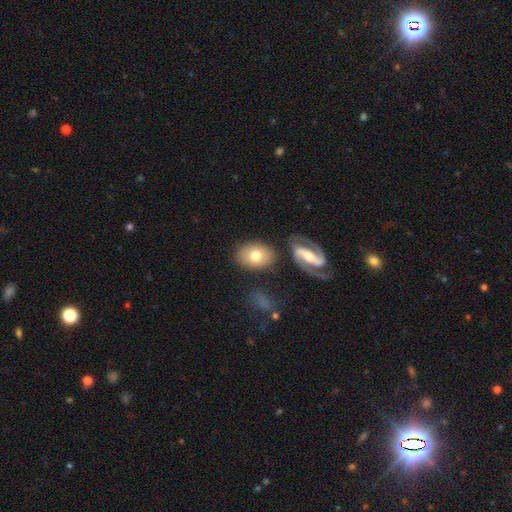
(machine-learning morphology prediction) smooth 68%, featured or disk 25%, star or artifact 6%. Down the decision tree: how rounded — in between (77%); merging — none (76%).